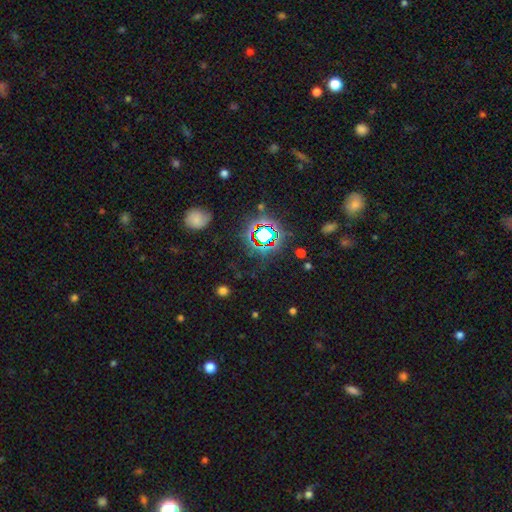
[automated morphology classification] star or artifact 76%, smooth 15%, featured or disk 10%.